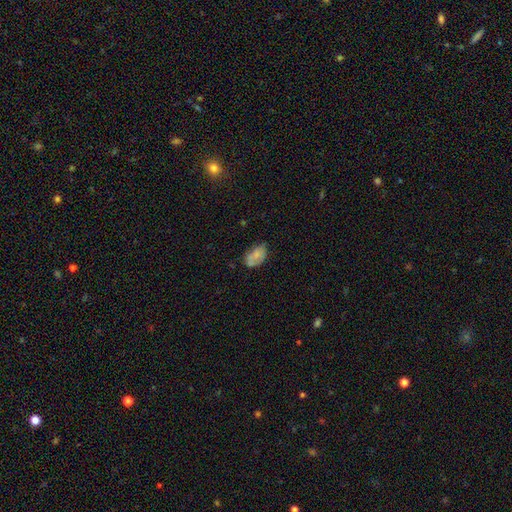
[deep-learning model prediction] Smooth or featured: smooth — 64% (featured or disk — 27%)
How rounded: in between — 88% (round — 11%)
Merging: none — 44% (minor disturbance — 30%)